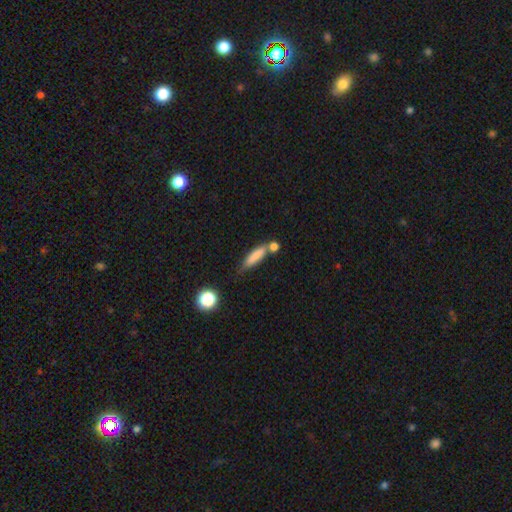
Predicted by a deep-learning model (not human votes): Morphology: type=smooth (78%); roundness=cigar-shaped (70%); merging=none (51%).